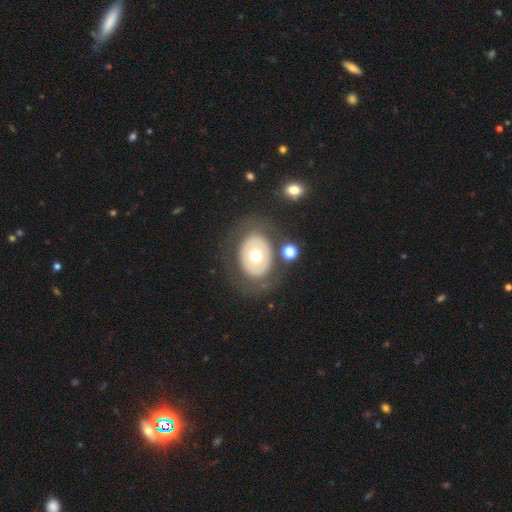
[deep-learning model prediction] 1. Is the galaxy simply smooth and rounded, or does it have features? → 50% smooth, 43% featured or disk, 7% star or artifact.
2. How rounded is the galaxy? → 63% in between, 36% round, 1% cigar-shaped.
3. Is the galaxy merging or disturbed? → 76% none, 11% minor disturbance, 8% major disturbance, 4% merger.